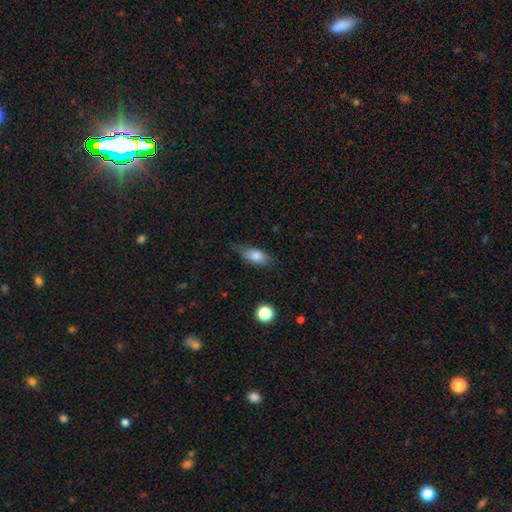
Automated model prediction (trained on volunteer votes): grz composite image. It shows a smooth galaxy with no disk features (77%) that is in between round and cigar-shaped (77%). Merging: none (60%).